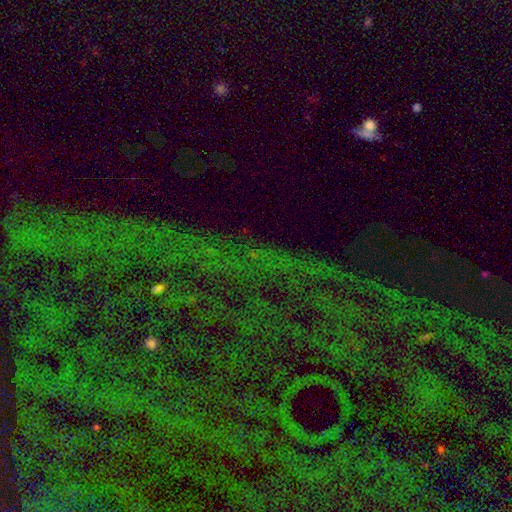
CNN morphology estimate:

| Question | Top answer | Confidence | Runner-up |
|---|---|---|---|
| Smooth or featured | star or artifact | 80% | featured or disk (11%) |